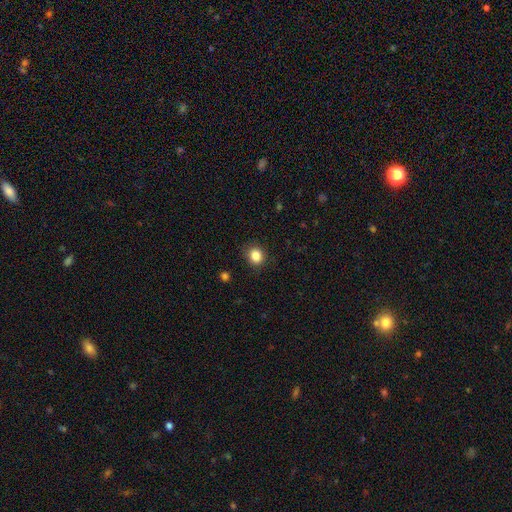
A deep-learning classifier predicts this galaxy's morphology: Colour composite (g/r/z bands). It shows a smooth galaxy with no disk features (85%) that is round (75%). Merging: none (87%).